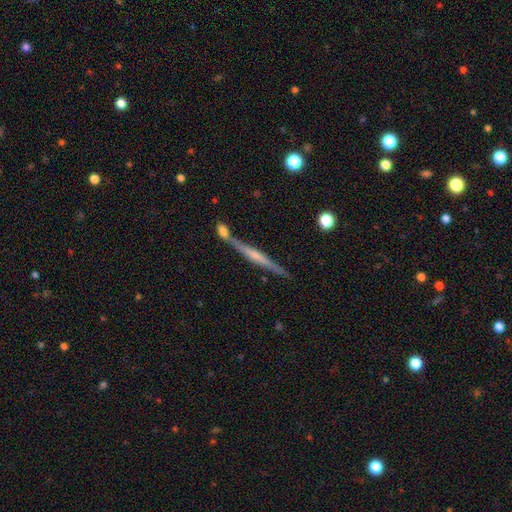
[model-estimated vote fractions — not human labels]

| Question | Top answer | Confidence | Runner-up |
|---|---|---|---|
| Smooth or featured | featured or disk | 68% | smooth (25%) |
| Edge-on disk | yes | 96% | no (4%) |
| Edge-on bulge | none | 41% | rounded (40%) |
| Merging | none | 64% | merger (21%) |